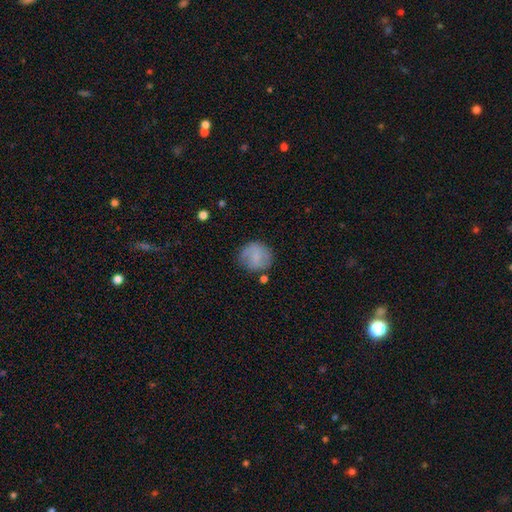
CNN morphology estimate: The model was most divided on "merging": none: 66%, minor disturbance: 22%, major disturbance: 8%, merger: 4%. More confident: how rounded — round (86%); smooth or featured — smooth (69%).